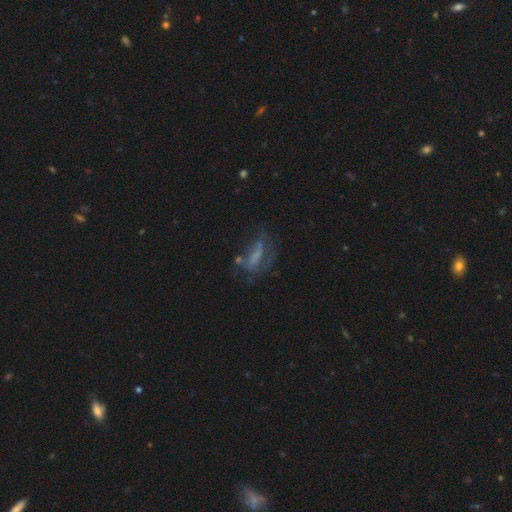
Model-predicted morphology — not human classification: Q: Smooth or featured?
A: featured or disk (46%); runner-up: smooth (38%)
Q: Merging?
A: none (37%); runner-up: major disturbance (34%)